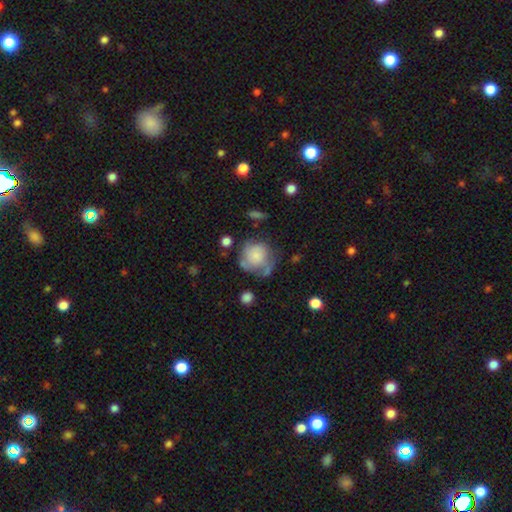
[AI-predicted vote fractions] This is possibly a smooth galaxy (58%). How rounded: clearly round (82%). Merging: marginally none (44%).